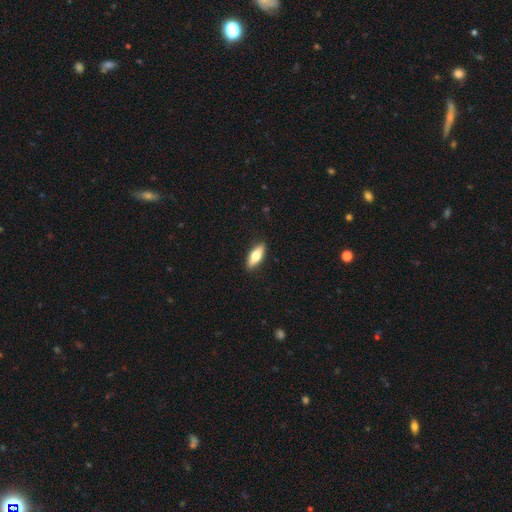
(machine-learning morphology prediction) smooth 68%, featured or disk 26%, star or artifact 6%. Down the decision tree: how rounded — in between (68%); merging — none (89%).